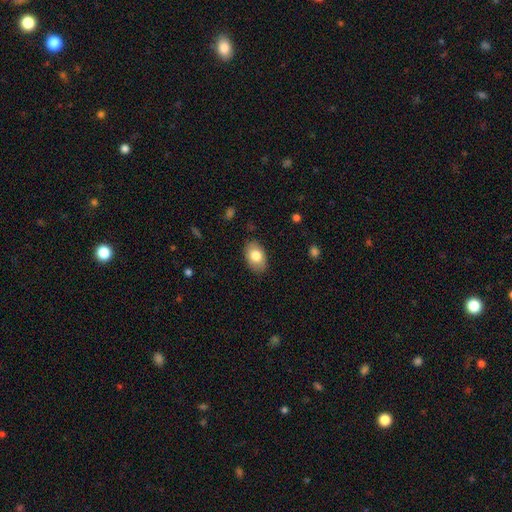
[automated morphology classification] Q: Smooth or featured?
A: smooth (80%); runner-up: featured or disk (13%)
Q: How rounded?
A: in between (88%); runner-up: round (11%)
Q: Merging?
A: none (85%); runner-up: minor disturbance (11%)